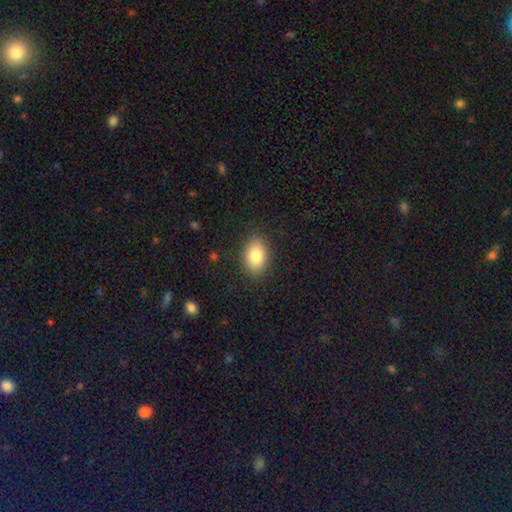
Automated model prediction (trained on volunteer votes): This appears to be a smooth galaxy with no disk features (85%) that is in between round and cigar-shaped (82%). Merging: none (87%).